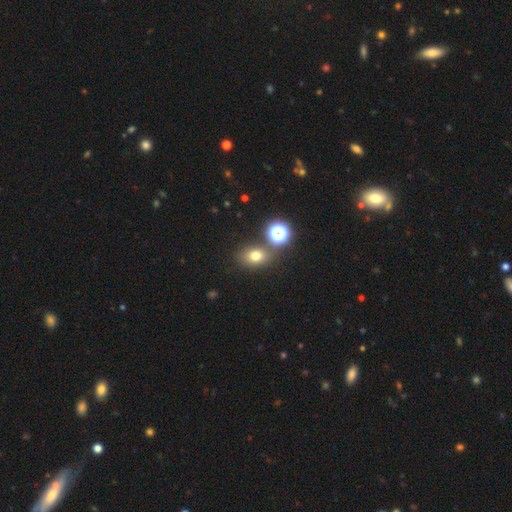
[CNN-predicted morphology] type=smooth (70%); roundness=in between (58%); merging=none (72%).